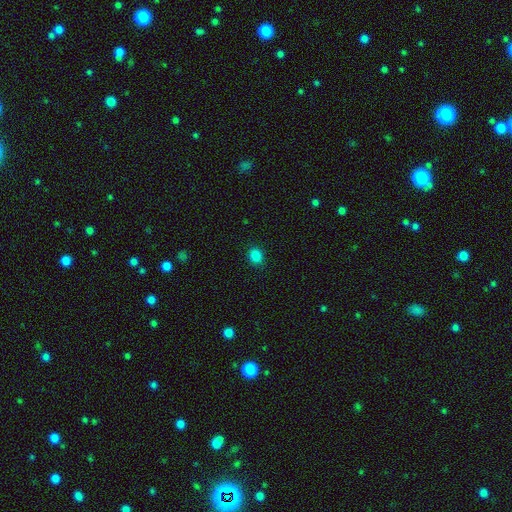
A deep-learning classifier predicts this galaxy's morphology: Smooth or featured? Predicted: smooth (p=0.85). How rounded? Predicted: round (p=0.50). Merging? Predicted: none (p=0.89).